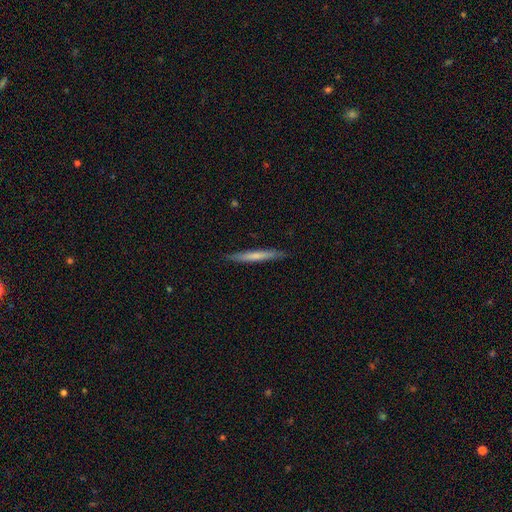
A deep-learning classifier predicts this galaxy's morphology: The model was most divided on "smooth or featured": smooth: 61%, featured or disk: 34%, star or artifact: 5%. More confident: how rounded — cigar-shaped (97%); merging — none (90%).